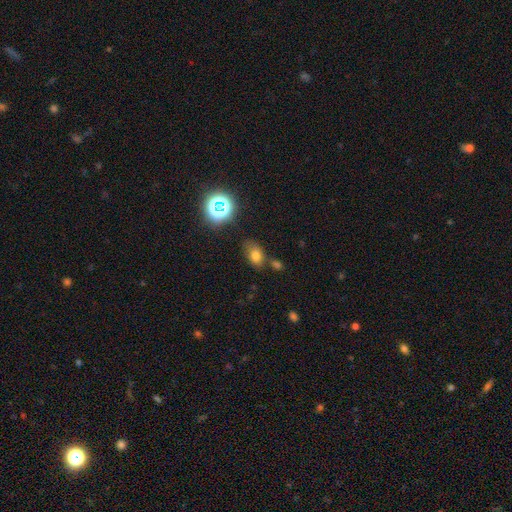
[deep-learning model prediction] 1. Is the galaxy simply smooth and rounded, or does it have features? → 72% smooth, 18% star or artifact, 10% featured or disk.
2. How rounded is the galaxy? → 81% in between, 17% round, 2% cigar-shaped.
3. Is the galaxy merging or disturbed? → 63% none, 20% minor disturbance, 11% merger, 6% major disturbance.